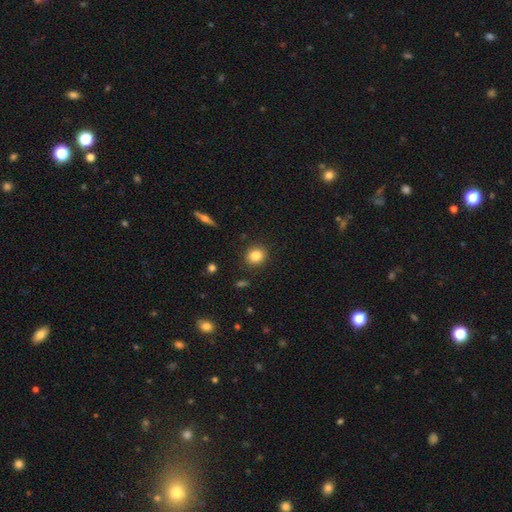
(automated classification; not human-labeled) A smooth galaxy with no disk features (83%) that is round (80%). Merging: none (89%).